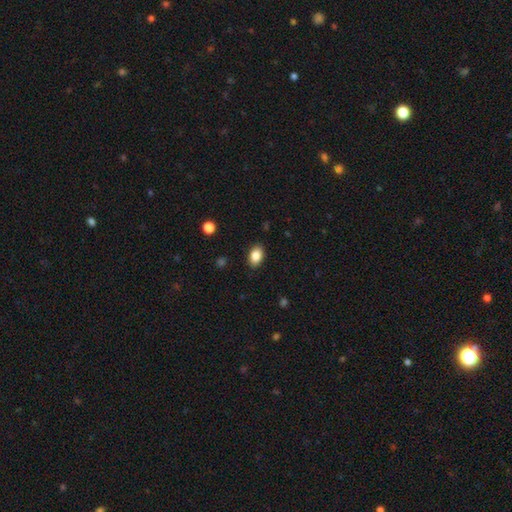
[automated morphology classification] smooth 86%, star or artifact 8%, featured or disk 5%. Down the decision tree: how rounded — in between (86%); merging — none (87%).